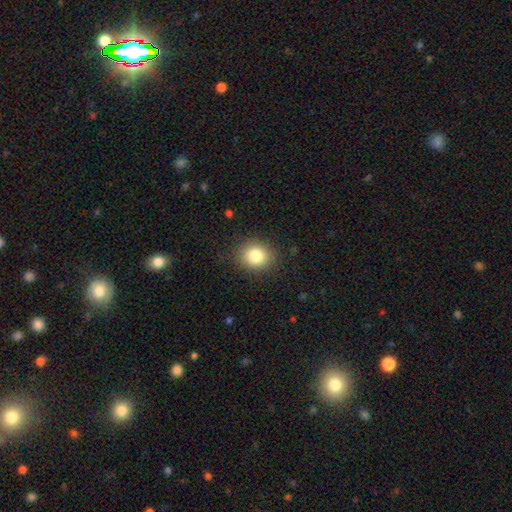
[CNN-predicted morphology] smooth 82%, star or artifact 10%, featured or disk 8%. Down the decision tree: how rounded — round (70%); merging — none (86%).